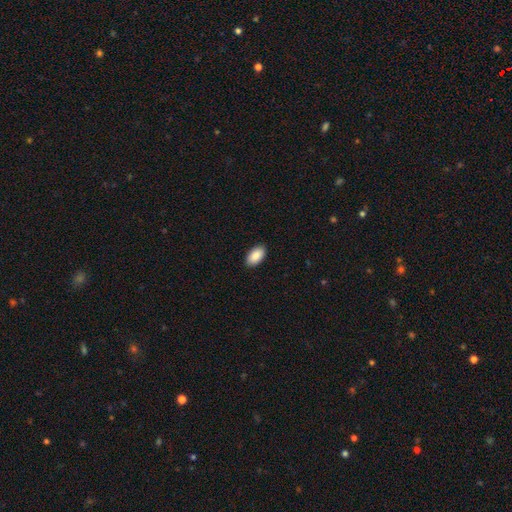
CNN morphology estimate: Q: Smooth or featured?
A: smooth (89%); runner-up: star or artifact (6%)
Q: How rounded?
A: in between (95%); runner-up: round (3%)
Q: Merging?
A: none (90%); runner-up: minor disturbance (7%)